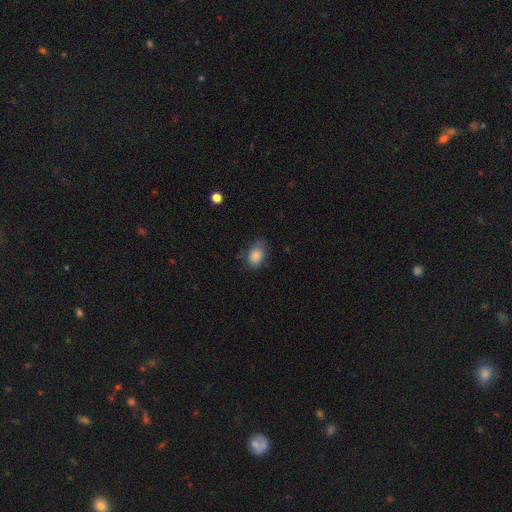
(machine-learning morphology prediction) The model was most divided on "merging": none: 67%, minor disturbance: 24%, major disturbance: 7%, merger: 2%. More confident: smooth or featured — smooth (85%); how rounded — in between (80%).